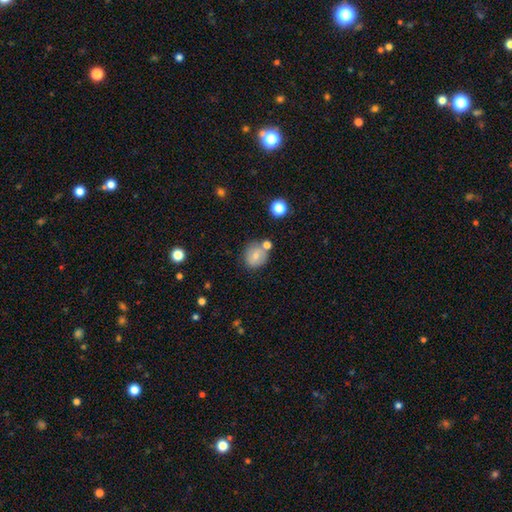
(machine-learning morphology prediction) smooth 72%, featured or disk 18%, star or artifact 10%. Down the decision tree: how rounded — round (82%); merging — none (64%).